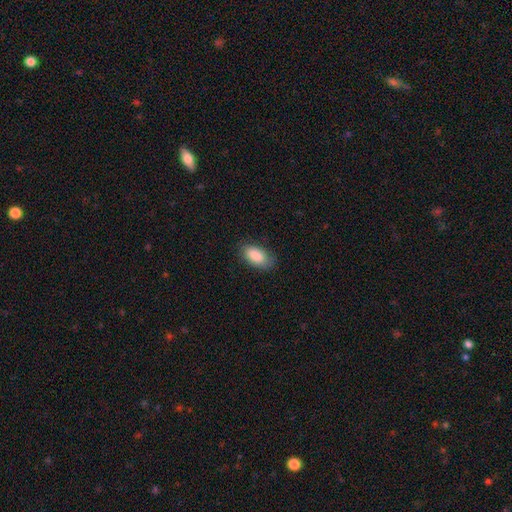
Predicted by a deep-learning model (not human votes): This is clearly a smooth galaxy (88%). How rounded: clearly in between (93%). Merging: likely none (80%).